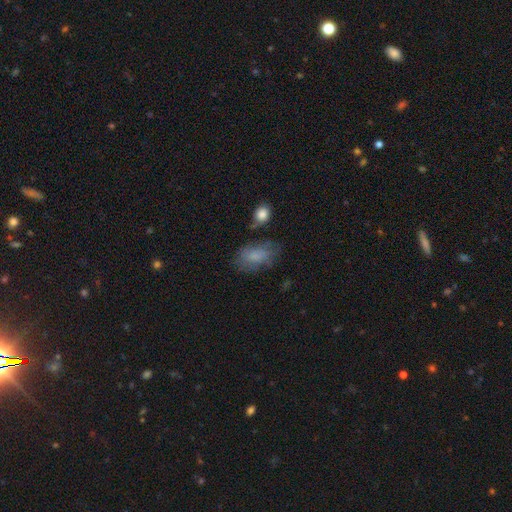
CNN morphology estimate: Smooth or featured? Predicted: smooth (p=0.68). How rounded? Predicted: in between (p=0.88). Merging? Predicted: none (p=0.56).